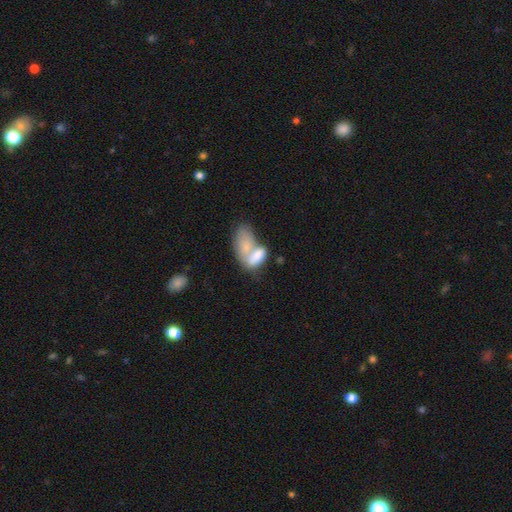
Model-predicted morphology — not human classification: Smooth or featured? smooth (74%)
How rounded? in between (90%)
Merging? merger (69%)